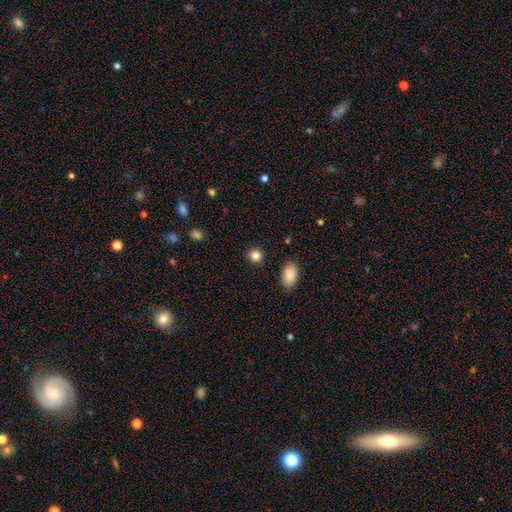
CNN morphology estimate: A smooth galaxy with no disk features (85%) that is round (85%).

Vote fractions:
- Smooth or featured? smooth: 85% / star or artifact: 11% / featured or disk: 4%
- How rounded? round: 85% / in between: 14% / cigar-shaped: 1%
- Merging? none: 89% / minor disturbance: 7% / major disturbance: 2% / merger: 2%